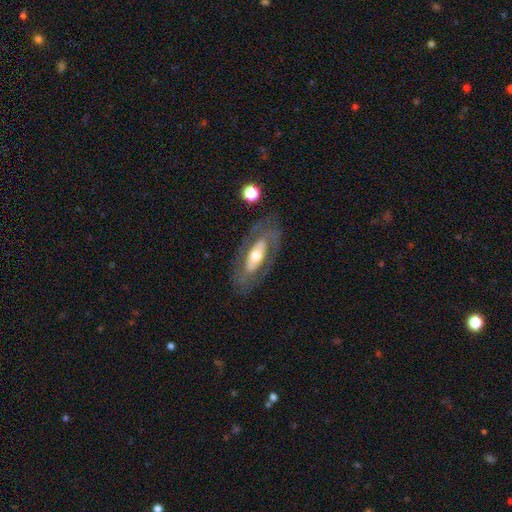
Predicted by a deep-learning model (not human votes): Smooth or featured: featured or disk — 67% (smooth — 27%)
Edge-on disk: no — 84% (yes — 16%)
Bar: no — 58% (strong — 22%)
Spiral arms: yes — 51% (no — 49%)
Bulge size: moderate — 59% (small — 19%)
Merging: none — 76% (minor disturbance — 14%)